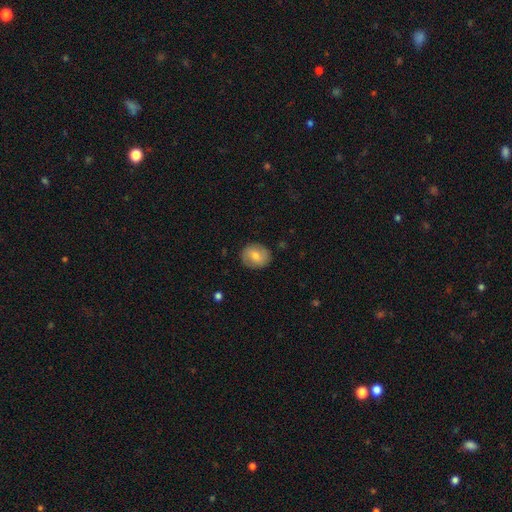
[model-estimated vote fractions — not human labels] This is likely a smooth galaxy (68%). How rounded: likely round (69%). Merging: clearly none (85%).